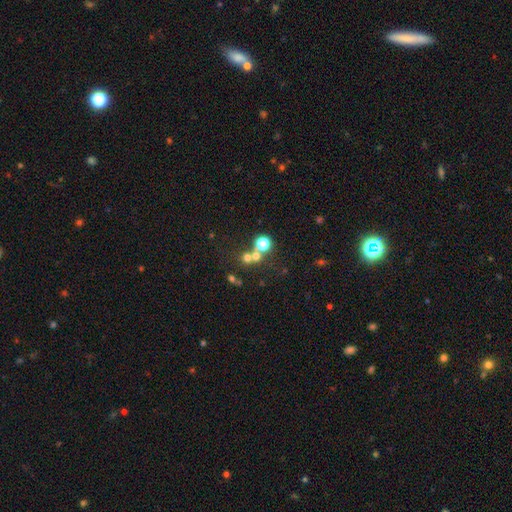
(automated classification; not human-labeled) Overall: smooth (56%; star or artifact 28%). How rounded: round (88%). Merging: none (51%; merger 37%).